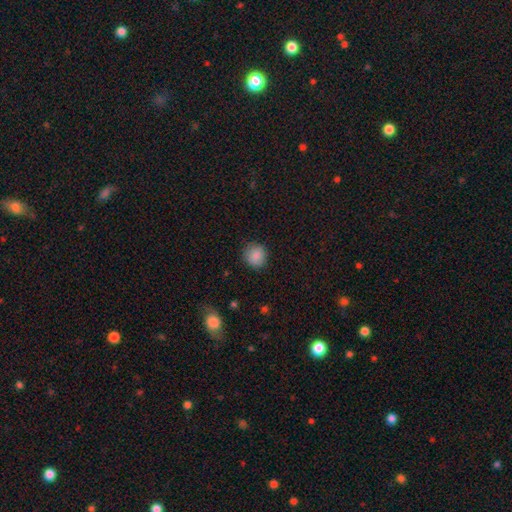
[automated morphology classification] smooth 87%, star or artifact 9%, featured or disk 4%. Down the decision tree: how rounded — round (89%); merging — none (85%).